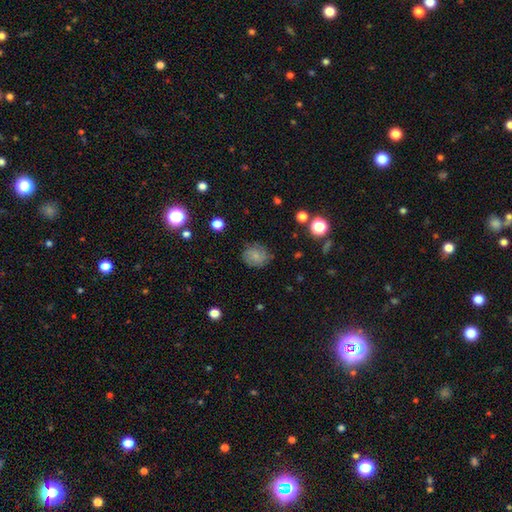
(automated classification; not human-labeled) This is likely a smooth galaxy (66%). How rounded: likely round (75%). Merging: likely none (74%).